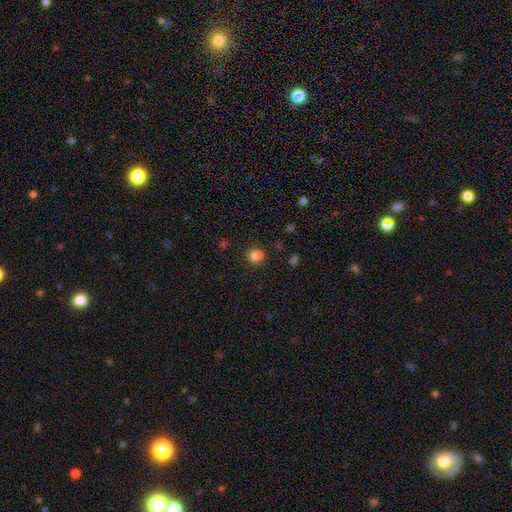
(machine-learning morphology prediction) smooth-or-featured: smooth: 77% | star or artifact: 16% | featured or disk: 7%
  how-rounded: round: 70% | in between: 28% | cigar-shaped: 1%
  merging: none: 63% | merger: 17% | minor disturbance: 15% | major disturbance: 5%